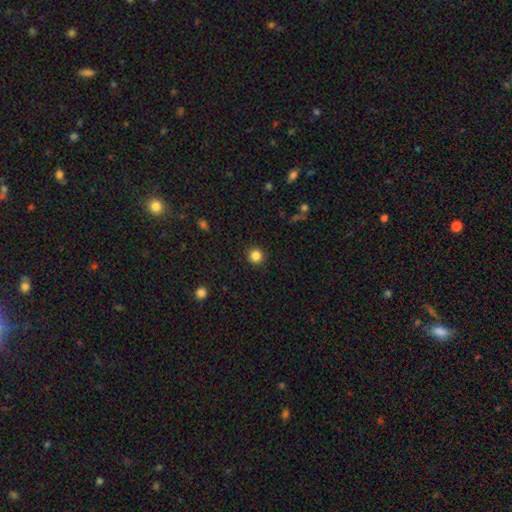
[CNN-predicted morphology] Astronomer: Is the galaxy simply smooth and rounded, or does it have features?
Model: smooth — 85%.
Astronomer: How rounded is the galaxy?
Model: round — 93%.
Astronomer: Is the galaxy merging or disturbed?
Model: none — 92%.